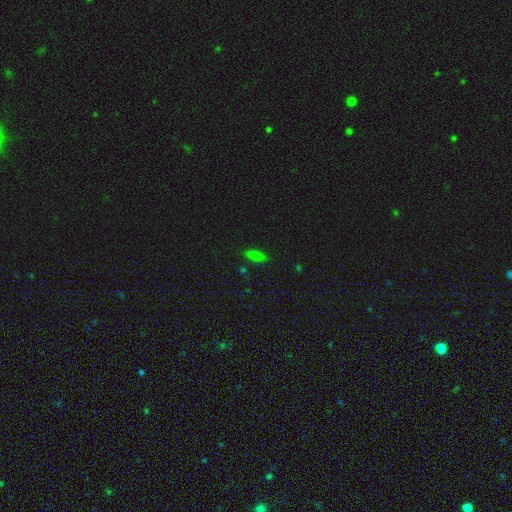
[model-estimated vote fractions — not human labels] Overall: smooth (73%). How rounded: in between (61%; cigar-shaped 35%). Merging: none (85%).